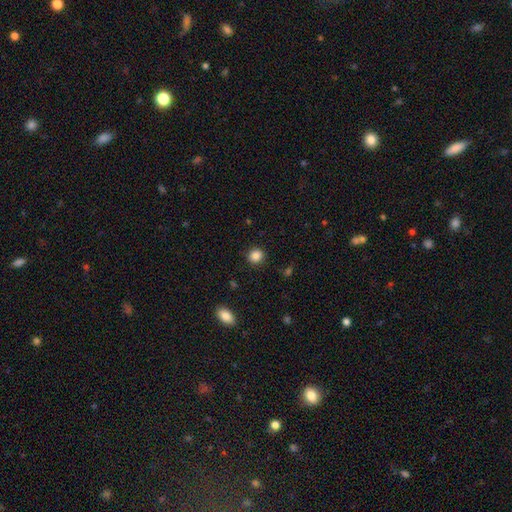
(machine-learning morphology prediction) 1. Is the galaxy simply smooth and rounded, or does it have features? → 86% smooth, 11% star or artifact, 4% featured or disk.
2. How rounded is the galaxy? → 85% round, 14% in between, 1% cigar-shaped.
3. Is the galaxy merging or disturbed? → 90% none, 6% minor disturbance, 2% major disturbance, 1% merger.